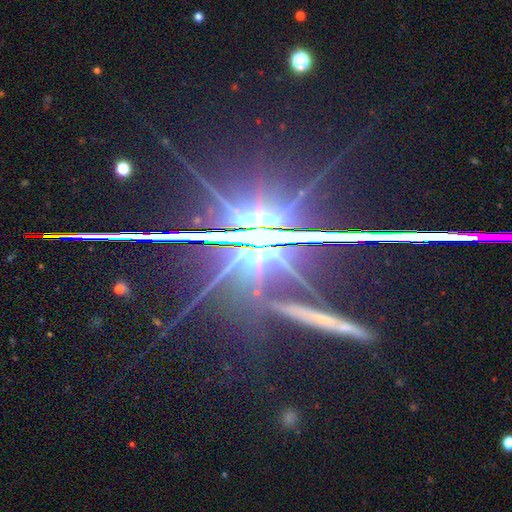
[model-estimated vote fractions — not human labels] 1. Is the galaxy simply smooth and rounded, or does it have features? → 70% star or artifact, 22% featured or disk, 7% smooth.